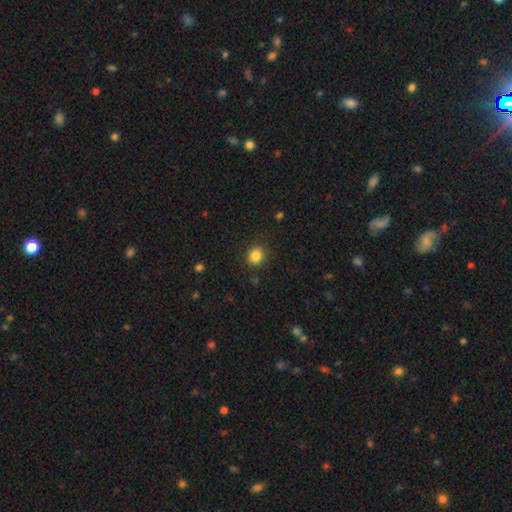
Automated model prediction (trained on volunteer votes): Smooth or featured: smooth — 84% (star or artifact — 11%)
How rounded: round — 86% (in between — 13%)
Merging: none — 89% (minor disturbance — 7%)